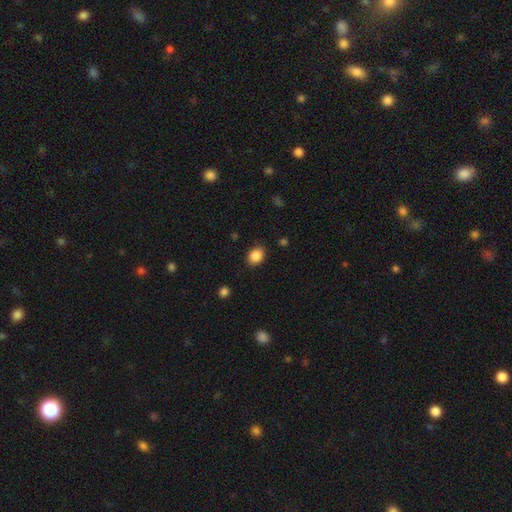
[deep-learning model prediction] Smooth or featured?
  - smooth: 86% *
  - star or artifact: 9%
  - featured or disk: 5%
How rounded?
  - in between: 60% *
  - round: 39%
  - cigar-shaped: 1%
Merging?
  - none: 86% *
  - minor disturbance: 10%
  - major disturbance: 3%
  - merger: 1%